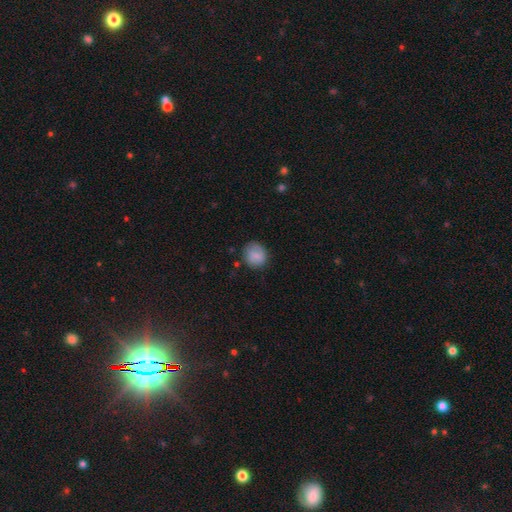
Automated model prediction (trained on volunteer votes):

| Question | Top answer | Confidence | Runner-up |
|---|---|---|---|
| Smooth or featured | smooth | 84% | featured or disk (8%) |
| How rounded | round | 78% | in between (21%) |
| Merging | none | 75% | minor disturbance (19%) |